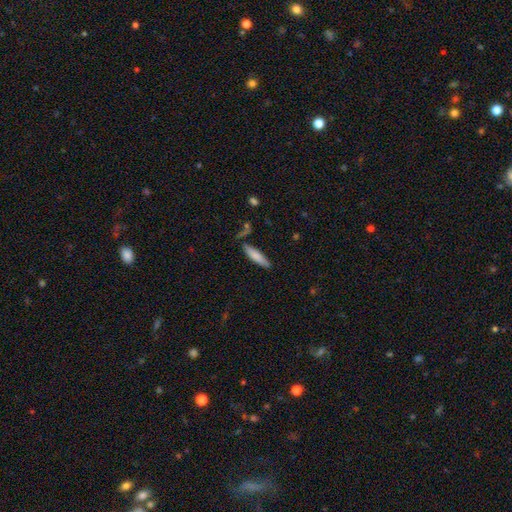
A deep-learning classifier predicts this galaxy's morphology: A smooth galaxy with no disk features (78%) that is cigar-shaped (79%). Merging: none (78%).